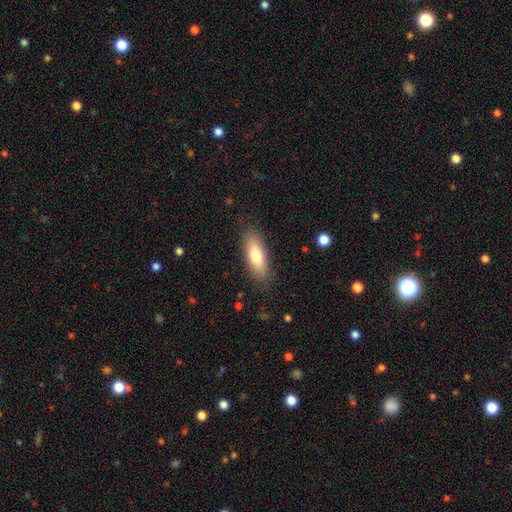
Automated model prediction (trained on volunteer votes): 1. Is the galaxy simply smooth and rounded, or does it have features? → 75% smooth, 19% featured or disk, 7% star or artifact.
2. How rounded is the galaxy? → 63% in between, 34% cigar-shaped, 2% round.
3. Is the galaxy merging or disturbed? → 85% none, 11% minor disturbance, 3% major disturbance, 1% merger.